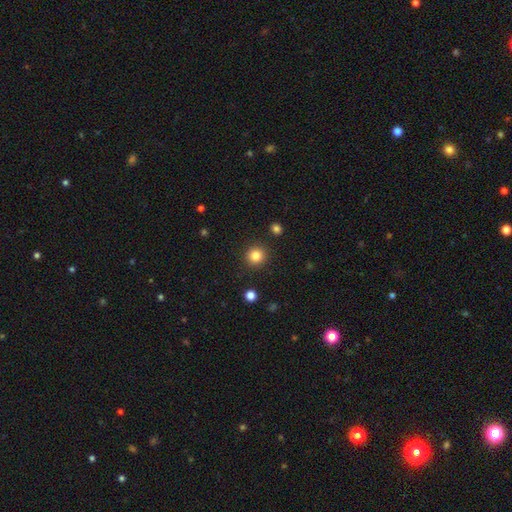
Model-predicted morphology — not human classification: Smooth or featured? Predicted: smooth (p=0.84). How rounded? Predicted: round (p=0.92). Merging? Predicted: none (p=0.91).